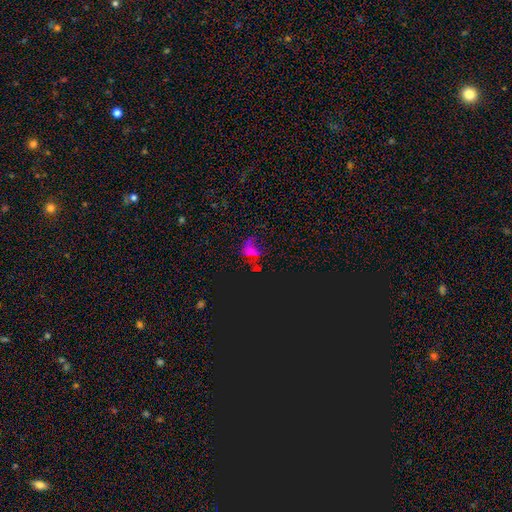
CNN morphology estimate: Smooth or featured?
  - star or artifact: 55% *
  - featured or disk: 24%
  - smooth: 21%